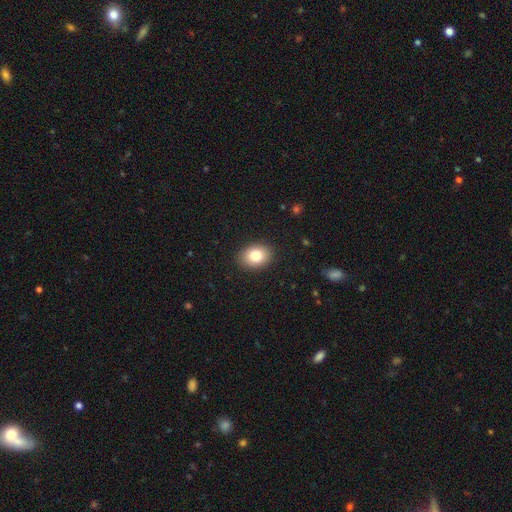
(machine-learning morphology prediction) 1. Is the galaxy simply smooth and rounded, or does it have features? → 82% smooth, 9% featured or disk, 9% star or artifact.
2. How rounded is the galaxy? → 66% in between, 33% round, 1% cigar-shaped.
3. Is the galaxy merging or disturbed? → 90% none, 7% minor disturbance, 2% major disturbance, 1% merger.